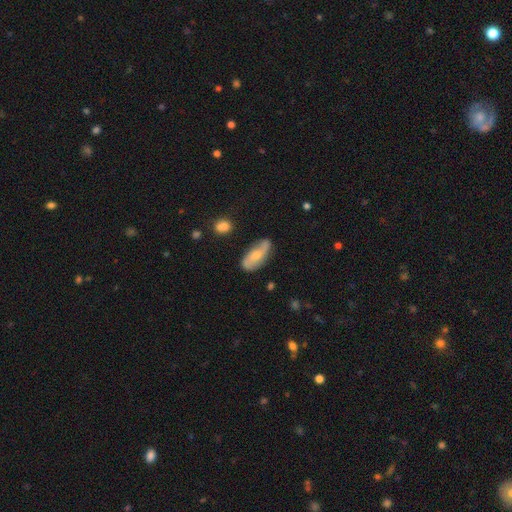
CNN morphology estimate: A featured or disk galaxy (56%).

Vote fractions:
- Smooth or featured? featured or disk: 56% / smooth: 37% / star or artifact: 6%
- Edge-on disk? no: 89% / yes: 11%
- Merging? none: 69% / minor disturbance: 22% / major disturbance: 6% / merger: 3%